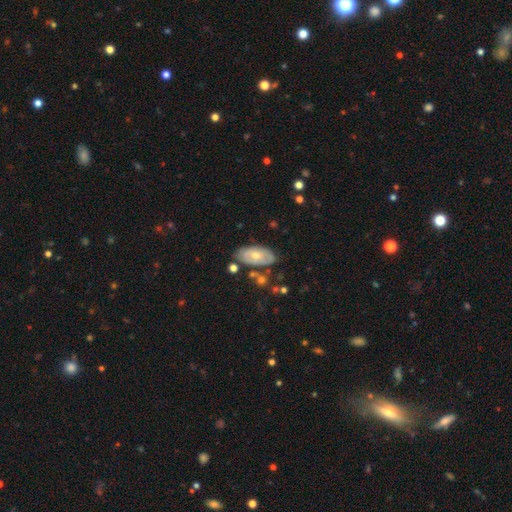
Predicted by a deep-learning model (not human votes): smooth-or-featured: smooth: 48% | featured or disk: 46% | star or artifact: 6%
  merging: none: 67% | minor disturbance: 21% | merger: 7% | major disturbance: 5%